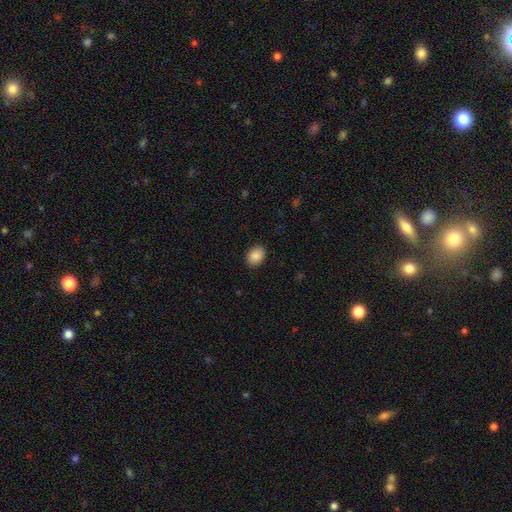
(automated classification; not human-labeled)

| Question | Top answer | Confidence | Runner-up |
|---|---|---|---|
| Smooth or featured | smooth | 89% | star or artifact (8%) |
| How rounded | in between | 71% | round (28%) |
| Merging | none | 89% | minor disturbance (8%) |